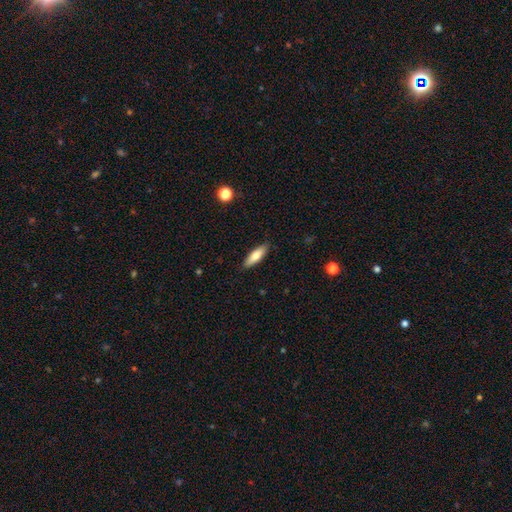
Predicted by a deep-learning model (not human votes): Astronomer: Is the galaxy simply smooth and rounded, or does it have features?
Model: smooth — 73%.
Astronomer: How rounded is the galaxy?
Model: cigar-shaped — 50% (runner-up: in between, 48%).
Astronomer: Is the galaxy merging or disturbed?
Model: none — 88%.